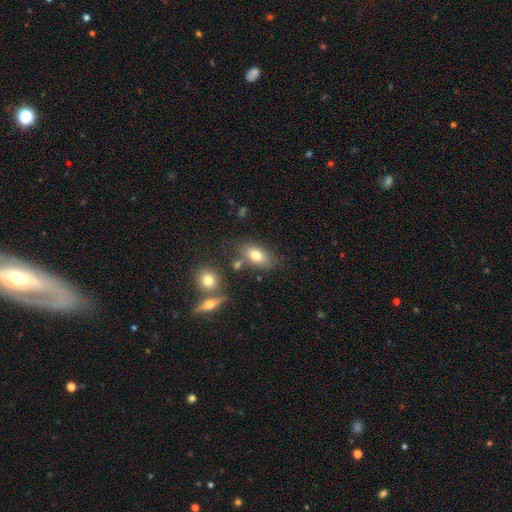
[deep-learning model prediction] Smooth or featured? Predicted: smooth (p=0.74). How rounded? Predicted: in between (p=0.85). Merging? Predicted: none (p=0.66).